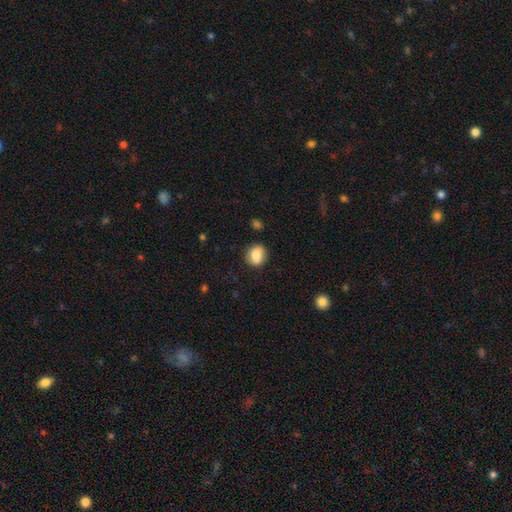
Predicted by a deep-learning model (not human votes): Smooth or featured? Predicted: smooth (p=0.80). How rounded? Predicted: round (p=0.68). Merging? Predicted: none (p=0.82).